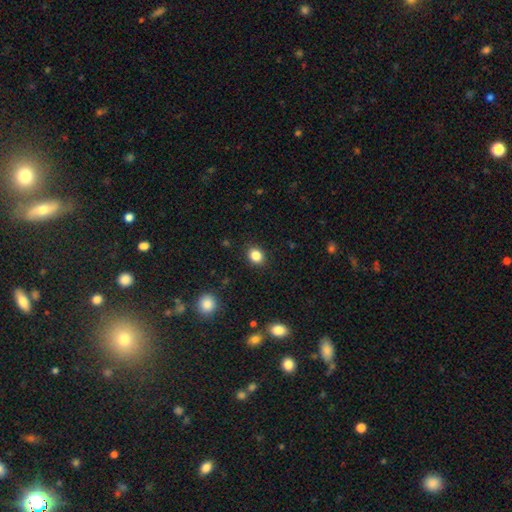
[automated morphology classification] Q: Smooth or featured?
A: smooth (85%); runner-up: star or artifact (11%)
Q: How rounded?
A: round (54%); runner-up: in between (45%)
Q: Merging?
A: none (89%); runner-up: minor disturbance (8%)